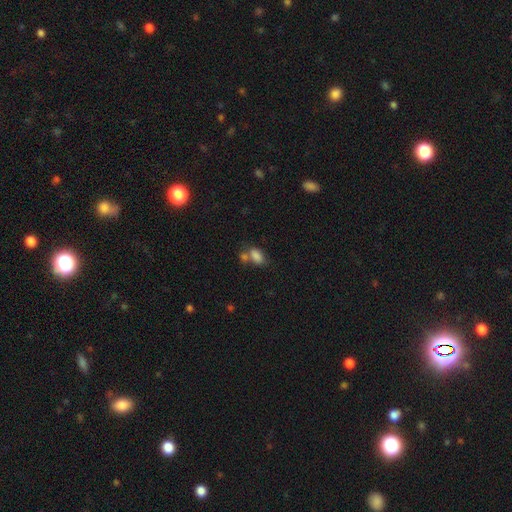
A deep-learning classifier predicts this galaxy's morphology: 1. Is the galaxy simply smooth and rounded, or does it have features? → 82% smooth, 10% star or artifact, 8% featured or disk.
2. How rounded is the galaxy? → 89% in between, 8% round, 3% cigar-shaped.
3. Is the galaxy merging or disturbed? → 40% none, 39% merger, 14% minor disturbance, 7% major disturbance.